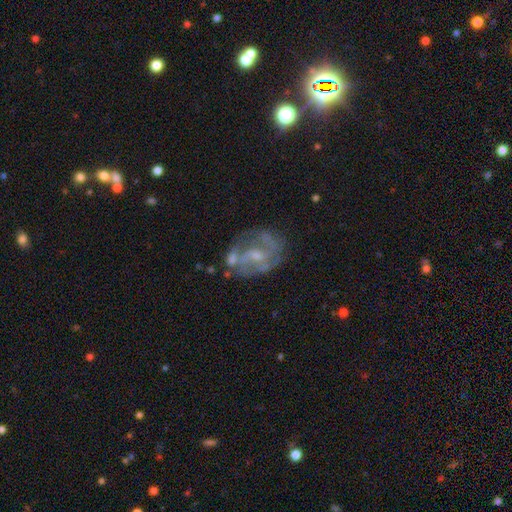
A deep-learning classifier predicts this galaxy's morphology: Smooth or featured? featured or disk (72%)
Edge-on disk? no (97%)
Bar? no (48%)
Spiral arms? yes (67%)
Bulge size? small (51%)
Merging? none (55%)